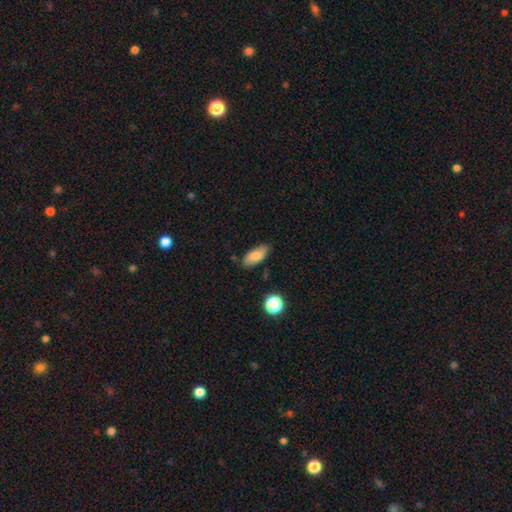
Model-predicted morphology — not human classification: A smooth galaxy with no disk features (80%) that is in between round and cigar-shaped (86%).

Vote fractions:
- Smooth or featured? smooth: 80% / featured or disk: 12% / star or artifact: 8%
- How rounded? in between: 86% / cigar-shaped: 11% / round: 4%
- Merging? none: 78% / minor disturbance: 17% / major disturbance: 3% / merger: 2%